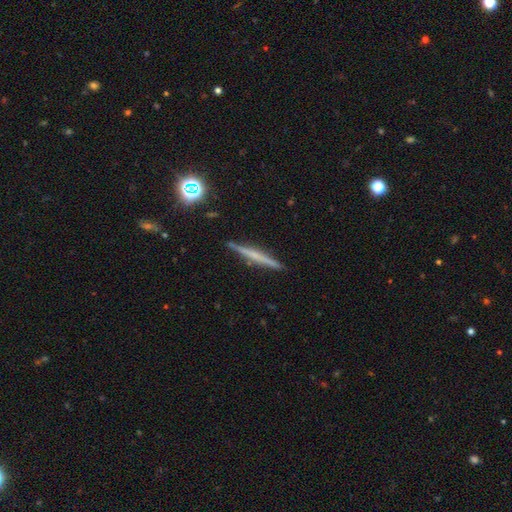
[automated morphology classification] The model was most divided on "smooth or featured": featured or disk: 57%, smooth: 34%, star or artifact: 8%. More confident: edge-on disk — yes (97%); merging — none (91%); edge-on bulge — none (66%).